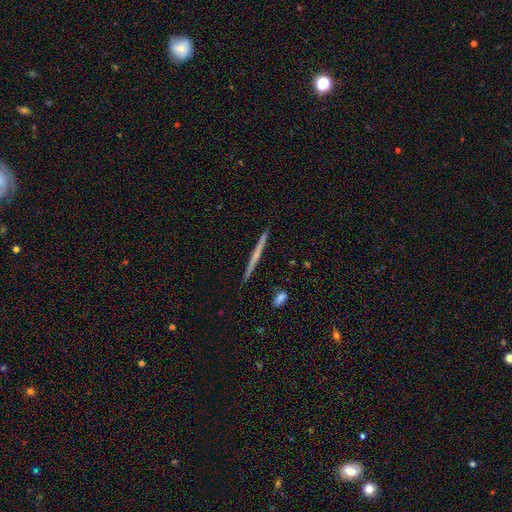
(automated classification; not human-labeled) This appears to be a featured or disk galaxy (48%). Merging: none (91%).